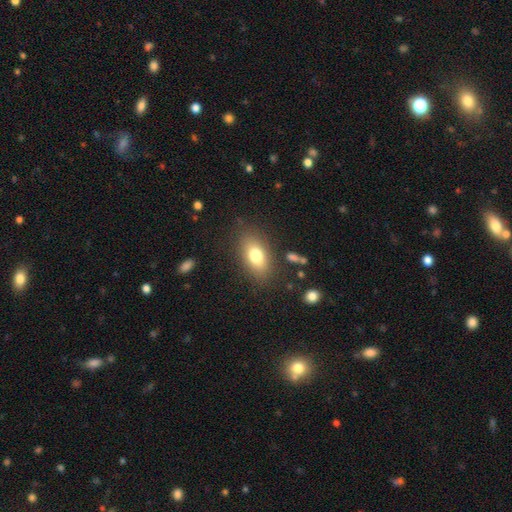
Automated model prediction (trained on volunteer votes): smooth-or-featured: smooth: 76% | featured or disk: 15% | star or artifact: 9%
  how-rounded: in between: 86% | round: 9% | cigar-shaped: 5%
  merging: none: 82% | minor disturbance: 12% | major disturbance: 4% | merger: 2%